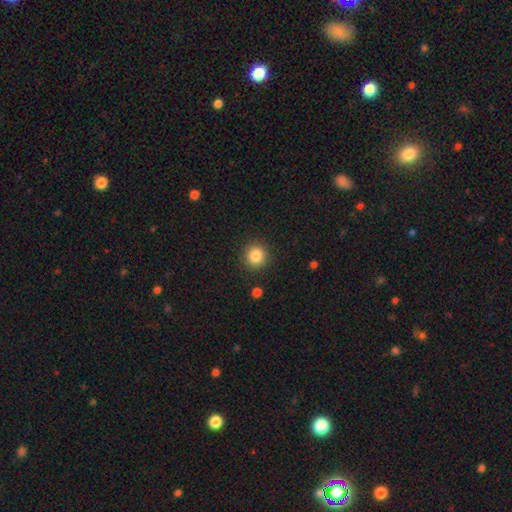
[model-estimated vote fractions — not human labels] smooth 85%, star or artifact 10%, featured or disk 5%. Down the decision tree: how rounded — round (93%); merging — none (90%).